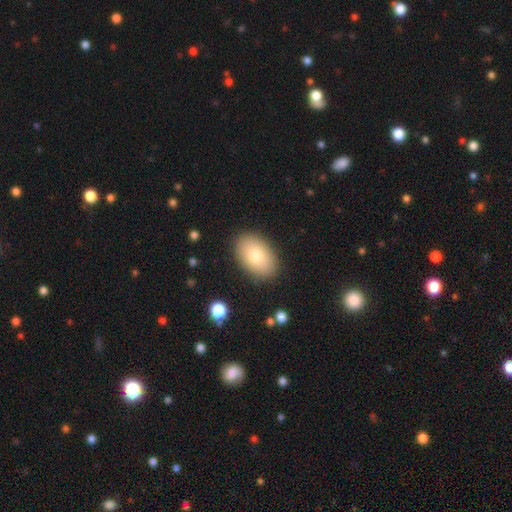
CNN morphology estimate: Smooth or featured? Predicted: smooth (p=0.79). How rounded? Predicted: in between (p=0.89). Merging? Predicted: none (p=0.87).